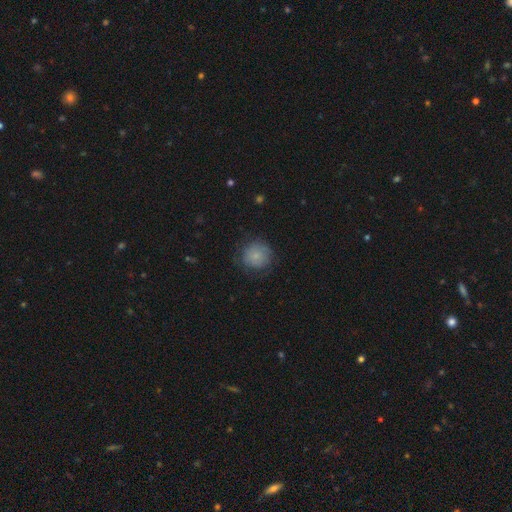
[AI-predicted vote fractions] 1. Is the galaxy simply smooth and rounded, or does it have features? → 75% smooth, 16% featured or disk, 8% star or artifact.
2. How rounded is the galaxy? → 91% round, 8% in between, 1% cigar-shaped.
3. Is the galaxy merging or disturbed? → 70% none, 20% minor disturbance, 8% major disturbance, 1% merger.